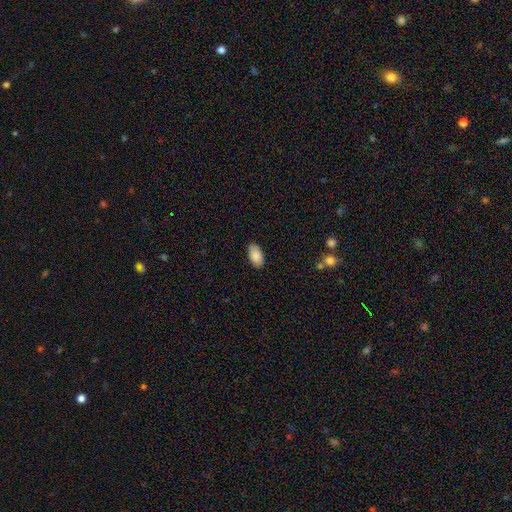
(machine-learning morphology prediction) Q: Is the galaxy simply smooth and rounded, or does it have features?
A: smooth — 89%.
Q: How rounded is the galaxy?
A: in between — 95%.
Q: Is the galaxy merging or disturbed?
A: none — 88%.